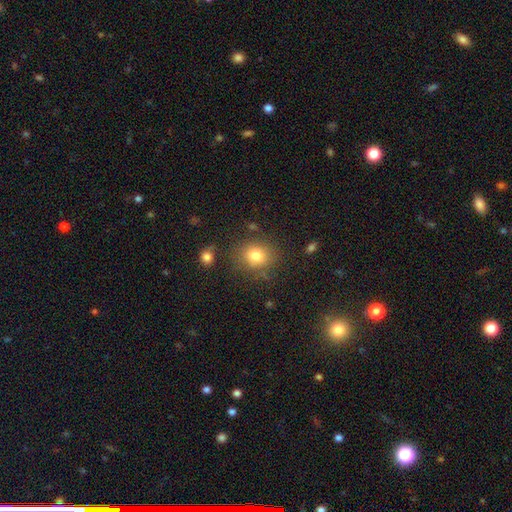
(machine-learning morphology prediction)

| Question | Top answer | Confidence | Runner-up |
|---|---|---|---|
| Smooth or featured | smooth | 79% | star or artifact (12%) |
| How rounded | round | 72% | in between (27%) |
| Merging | none | 79% | minor disturbance (13%) |